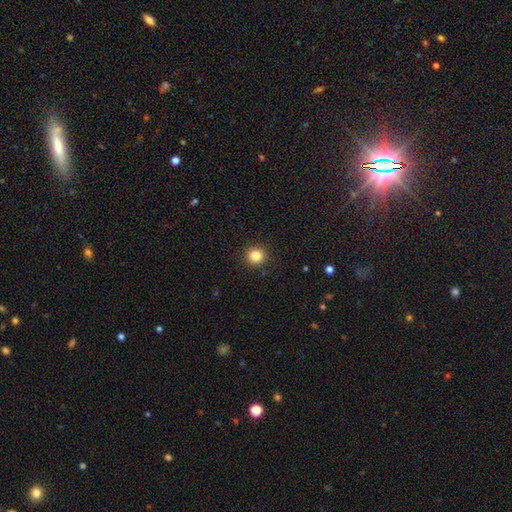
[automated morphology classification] smooth-or-featured: smooth: 84% | star or artifact: 11% | featured or disk: 5%
  how-rounded: round: 91% | in between: 8% | cigar-shaped: 1%
  merging: none: 92% | minor disturbance: 5% | major disturbance: 2% | merger: 1%